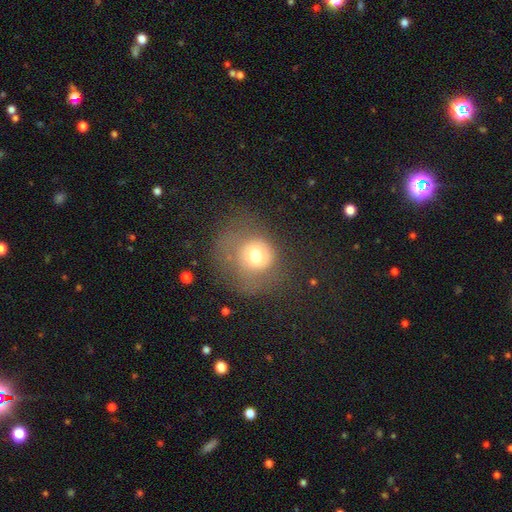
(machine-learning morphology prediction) A smooth galaxy with no disk features (66%) that is round (82%). Merging: none (40%).